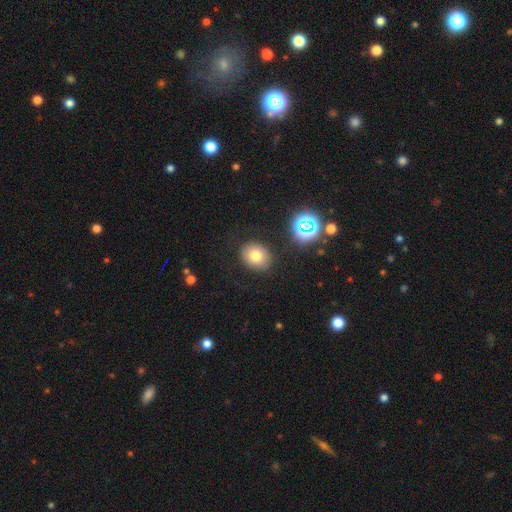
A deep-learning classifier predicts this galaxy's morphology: Smooth or featured? Predicted: smooth (p=0.75). How rounded? Predicted: round (p=0.64). Merging? Predicted: none (p=0.86).